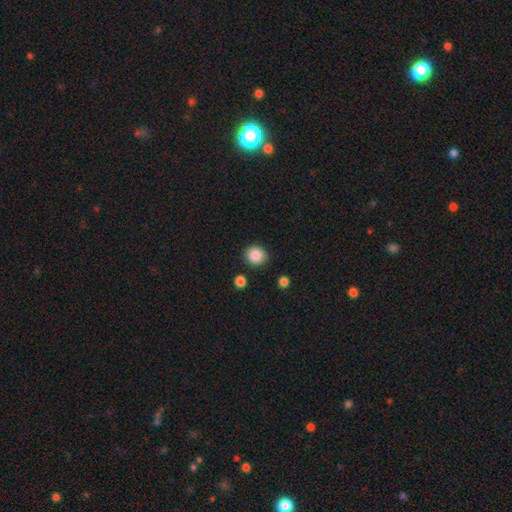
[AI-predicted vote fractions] smooth 87%, star or artifact 9%, featured or disk 4%. Down the decision tree: how rounded — round (86%); merging — none (88%).